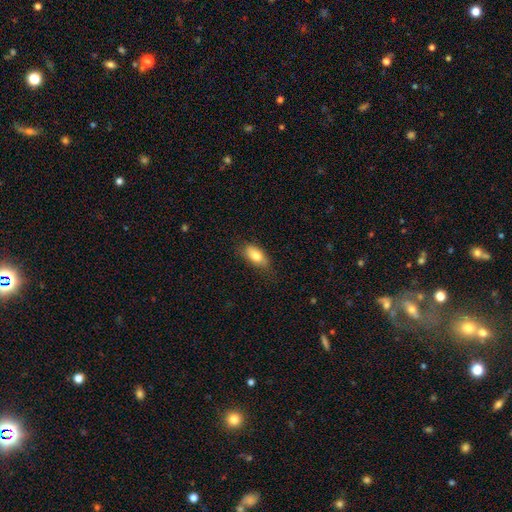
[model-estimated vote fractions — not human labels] Smooth or featured? Predicted: smooth (p=0.79). How rounded? Predicted: in between (p=0.87). Merging? Predicted: none (p=0.77).